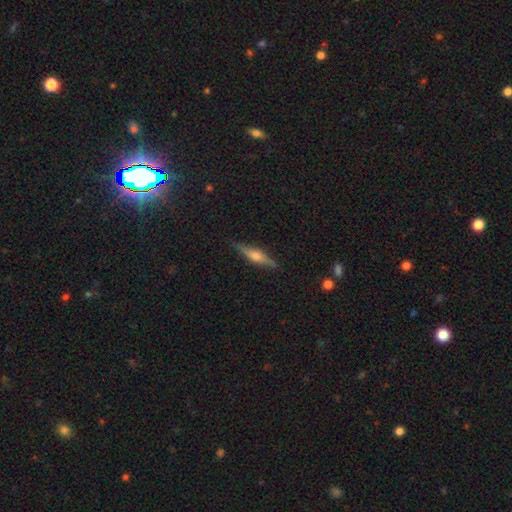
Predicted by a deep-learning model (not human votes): A featured or disk galaxy (70%) viewed edge-on (97%) with a rounded central bulge (88%).

Vote fractions:
- Smooth or featured? featured or disk: 70% / smooth: 24% / star or artifact: 7%
- Edge-on disk? yes: 97% / no: 3%
- Edge-on bulge? rounded: 88% / boxy: 9% / none: 4%
- Merging? none: 89% / minor disturbance: 8% / major disturbance: 2% / merger: 1%